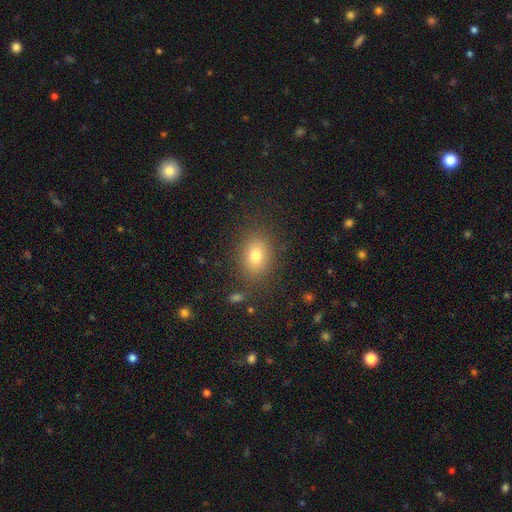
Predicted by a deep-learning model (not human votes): This is likely a smooth galaxy (76%). How rounded: likely in between (61%). Merging: clearly none (82%).